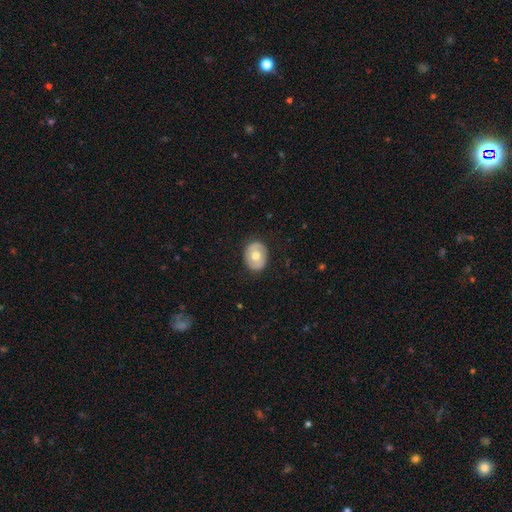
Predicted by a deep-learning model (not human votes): This is possibly a smooth galaxy (57%). How rounded: likely round (60%). Merging: clearly none (85%).